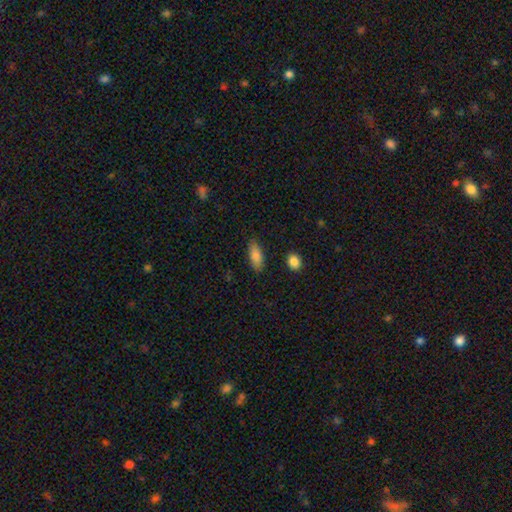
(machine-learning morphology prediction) smooth-or-featured: smooth: 85% | featured or disk: 9% | star or artifact: 7%
  how-rounded: in between: 81% | cigar-shaped: 17% | round: 2%
  merging: none: 84% | minor disturbance: 11% | major disturbance: 3% | merger: 2%